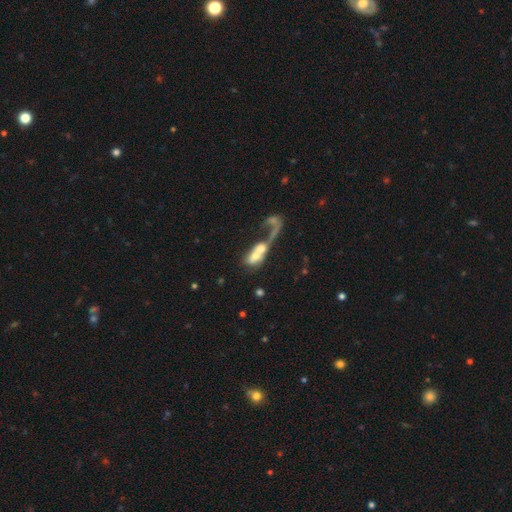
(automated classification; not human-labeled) smooth_or_featured: smooth (p=0.49) [alt: featured or disk p=0.42]
merging: merger (p=0.69) [alt: major disturbance p=0.17]